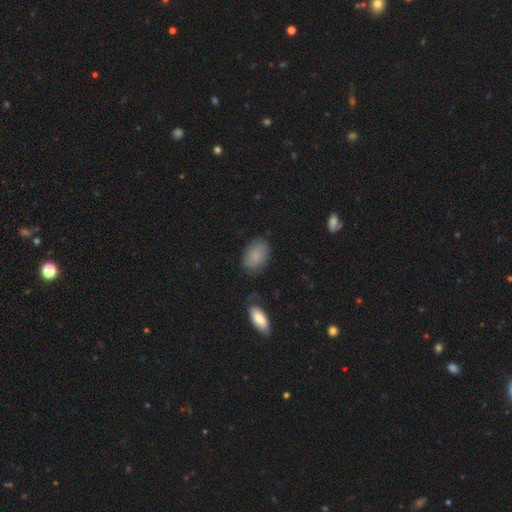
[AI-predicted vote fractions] A smooth galaxy with no disk features (83%) that is in between round and cigar-shaped (90%).

Vote fractions:
- Smooth or featured? smooth: 83% / featured or disk: 9% / star or artifact: 8%
- How rounded? in between: 90% / round: 8% / cigar-shaped: 2%
- Merging? none: 71% / minor disturbance: 20% / major disturbance: 5% / merger: 3%